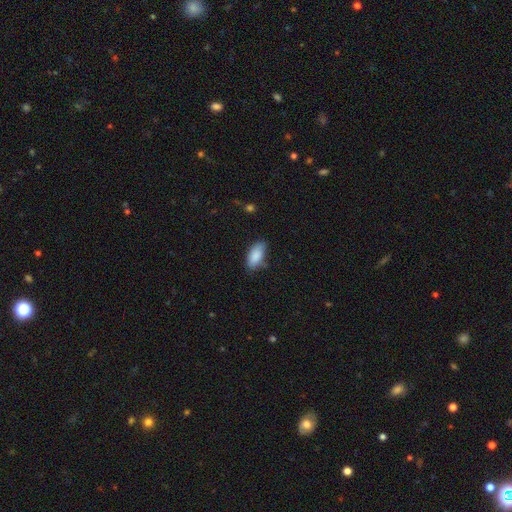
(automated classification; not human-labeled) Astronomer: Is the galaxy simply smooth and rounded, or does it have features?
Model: smooth — 88%.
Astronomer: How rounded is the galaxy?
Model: in between — 91%.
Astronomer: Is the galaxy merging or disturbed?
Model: none — 76%.